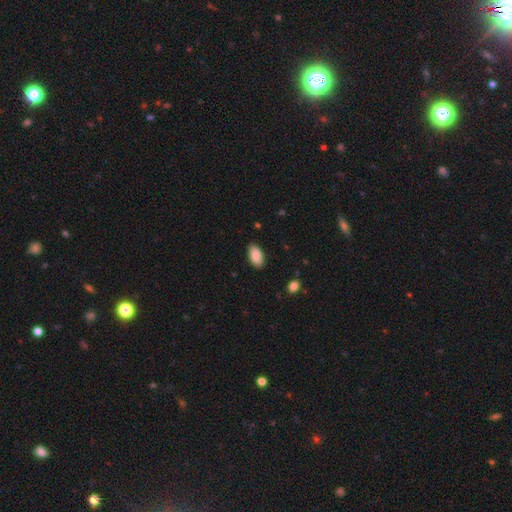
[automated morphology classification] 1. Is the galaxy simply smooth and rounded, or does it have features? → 87% smooth, 7% featured or disk, 6% star or artifact.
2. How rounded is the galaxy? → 95% in between, 3% round, 2% cigar-shaped.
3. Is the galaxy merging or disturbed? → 87% none, 10% minor disturbance, 2% major disturbance, 1% merger.